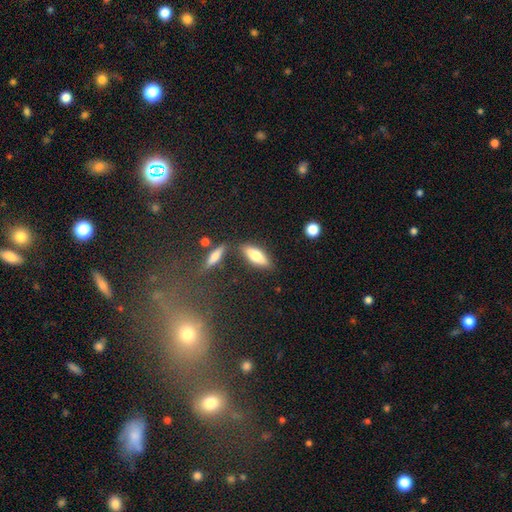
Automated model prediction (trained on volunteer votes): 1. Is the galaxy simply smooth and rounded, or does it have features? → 68% smooth, 25% featured or disk, 7% star or artifact.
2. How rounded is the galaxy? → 55% in between, 43% cigar-shaped, 2% round.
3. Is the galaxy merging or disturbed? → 77% none, 12% minor disturbance, 8% merger, 3% major disturbance.